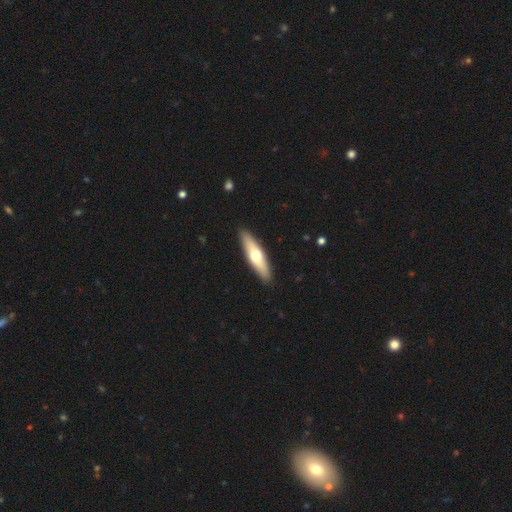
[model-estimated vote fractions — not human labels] Q: Smooth or featured?
A: smooth (53%); runner-up: featured or disk (43%)
Q: How rounded?
A: cigar-shaped (73%); runner-up: in between (25%)
Q: Merging?
A: none (91%); runner-up: minor disturbance (7%)